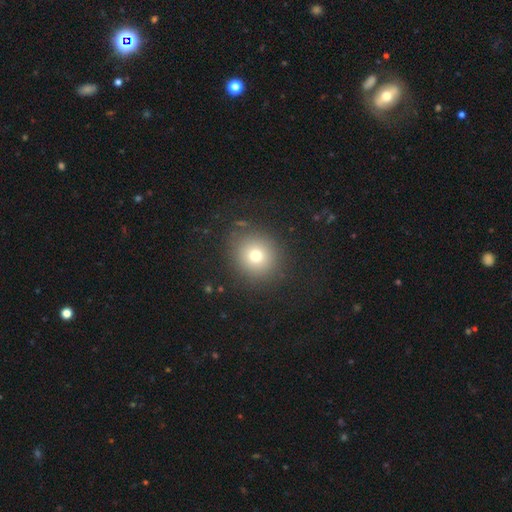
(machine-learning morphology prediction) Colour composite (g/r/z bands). It shows a smooth galaxy with no disk features (72%) that is round (88%). Merging: none (86%).